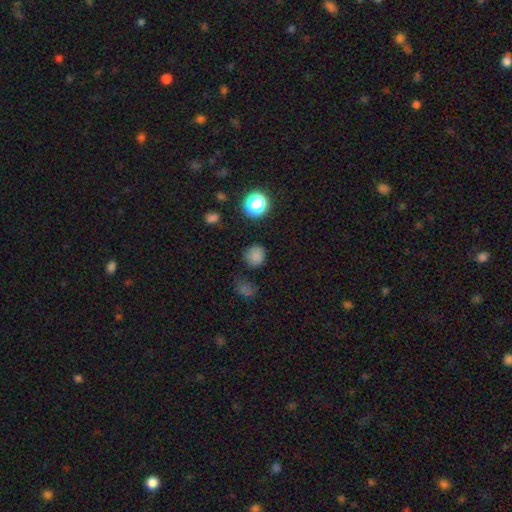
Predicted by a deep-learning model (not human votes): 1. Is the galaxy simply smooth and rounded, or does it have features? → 77% smooth, 18% star or artifact, 5% featured or disk.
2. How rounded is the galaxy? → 88% round, 11% in between, 1% cigar-shaped.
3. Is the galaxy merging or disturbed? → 78% none, 14% minor disturbance, 5% major disturbance, 3% merger.